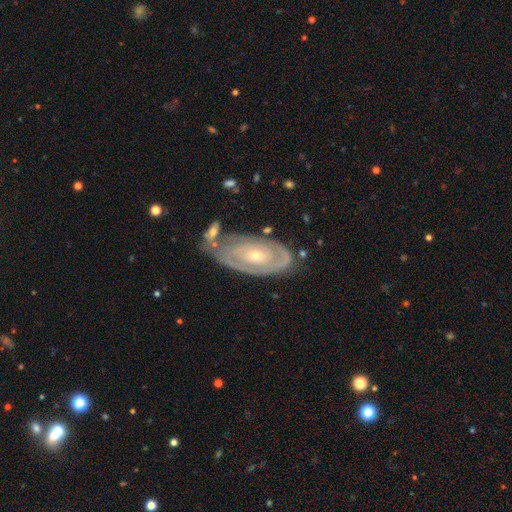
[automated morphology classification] This appears to be a featured or disk galaxy (80%) with no bar (76%), tight (77%) spiral arms (80%) and a small central bulge (61%). Merging: none (60%).